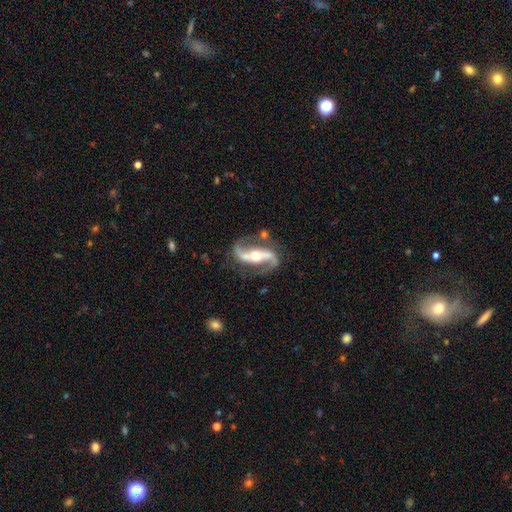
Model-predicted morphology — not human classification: featured or disk 92%, star or artifact 4%, smooth 4%. Down the decision tree: edge-on disk — no (95%); bar — strong (55%); spiral arms — yes (97%); spiral arm count — 2 (94%); spiral winding — loose (48%); bulge size — moderate (68%); merging — none (77%).